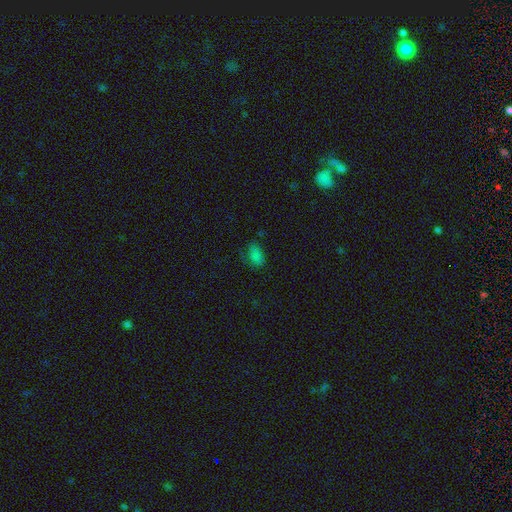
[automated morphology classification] Smooth or featured: smooth — 75% (star or artifact — 19%)
How rounded: in between — 88% (round — 10%)
Merging: none — 59% (minor disturbance — 27%)